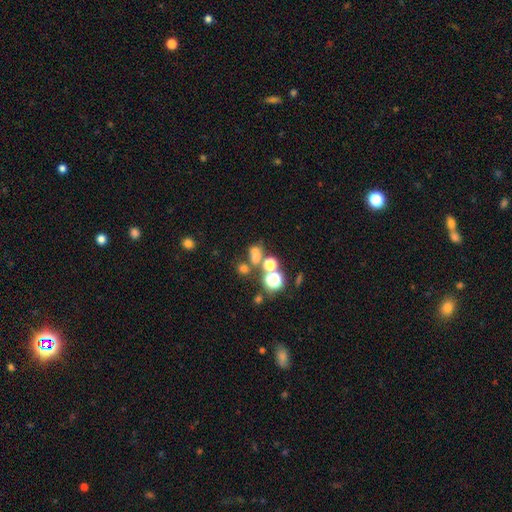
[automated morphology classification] Smooth or featured?
  - smooth: 59% *
  - star or artifact: 30%
  - featured or disk: 11%
How rounded?
  - round: 51% *
  - in between: 46%
  - cigar-shaped: 3%
Merging?
  - none: 45% *
  - merger: 34%
  - minor disturbance: 12%
  - major disturbance: 9%